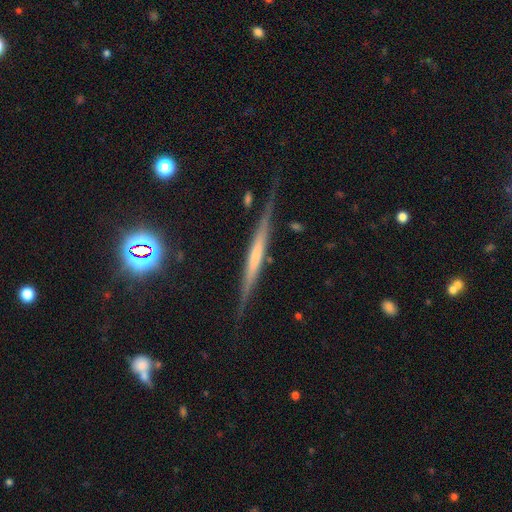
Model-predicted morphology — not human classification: Smooth or featured? featured or disk (66%)
Edge-on disk? yes (95%)
Edge-on bulge? none (61%)
Merging? none (79%)